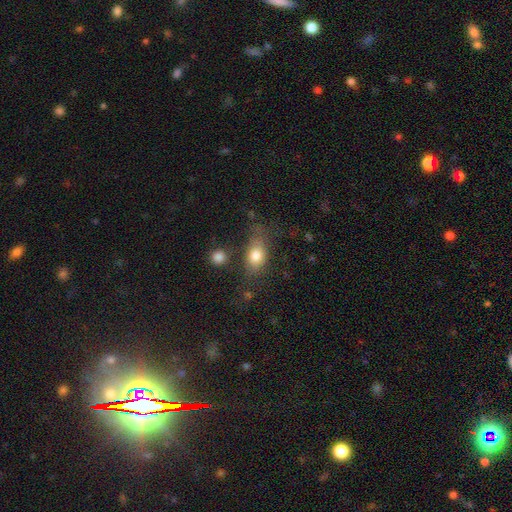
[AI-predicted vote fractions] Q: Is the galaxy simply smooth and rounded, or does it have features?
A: smooth — 79%.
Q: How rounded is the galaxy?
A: in between — 76%.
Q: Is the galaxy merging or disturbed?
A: none — 59%.